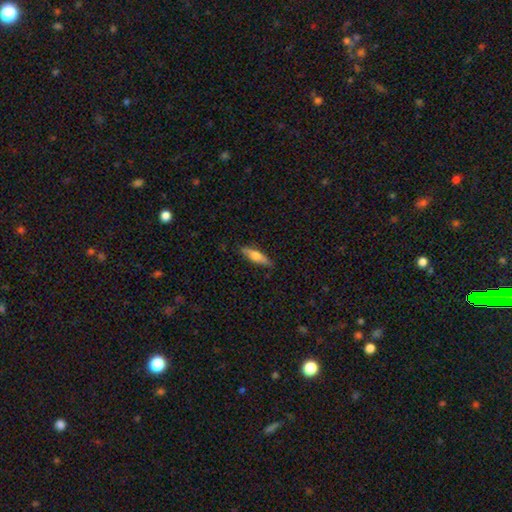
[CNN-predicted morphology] A smooth galaxy with no disk features (54%) that is cigar-shaped (68%). Merging: none (85%).